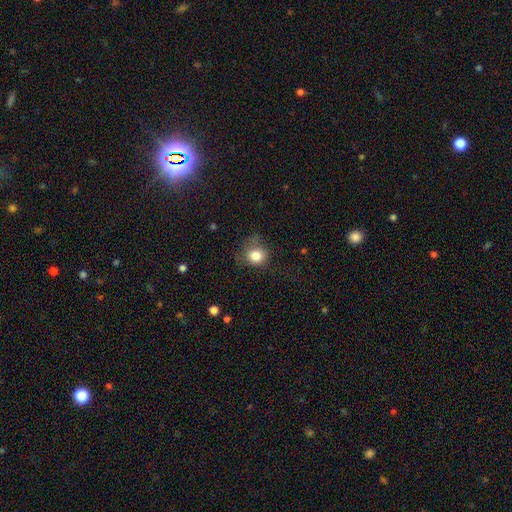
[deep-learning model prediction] Smooth or featured?
  - smooth: 82% *
  - star or artifact: 11%
  - featured or disk: 7%
How rounded?
  - round: 74% *
  - in between: 25%
  - cigar-shaped: 1%
Merging?
  - none: 57% *
  - minor disturbance: 28%
  - major disturbance: 13%
  - merger: 2%